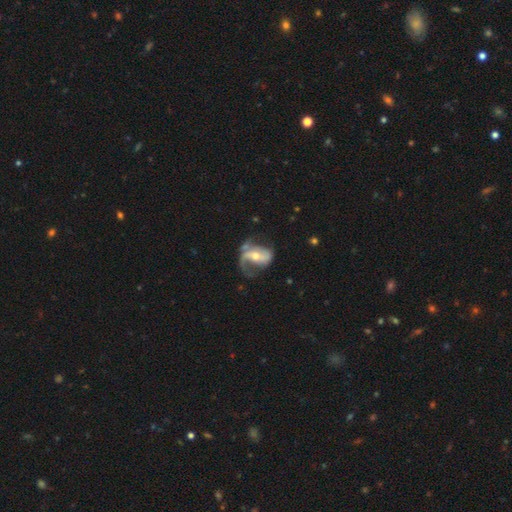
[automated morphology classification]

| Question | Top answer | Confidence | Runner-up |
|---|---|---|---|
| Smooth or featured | featured or disk | 77% | smooth (16%) |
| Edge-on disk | no | 96% | yes (4%) |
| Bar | weak | 37% | no (36%) |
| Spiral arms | yes | 86% | no (14%) |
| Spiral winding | loose | 54% | medium (34%) |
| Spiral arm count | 2 | 61% | 1 (29%) |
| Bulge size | moderate | 57% | small (37%) |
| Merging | none | 38% | major disturbance (31%) |